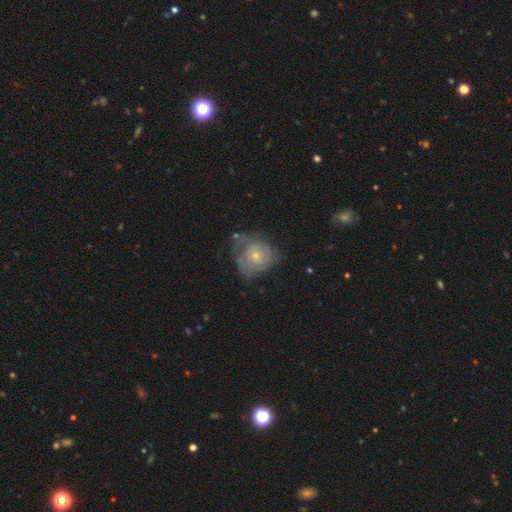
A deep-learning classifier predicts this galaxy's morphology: The model was most divided on "merging": none: 47%, minor disturbance: 30%, major disturbance: 19%, merger: 4%. More confident: edge-on disk — no (97%); bar — no (81%); spiral arms — yes (75%); bulge size — small (64%); smooth or featured — featured or disk (58%).